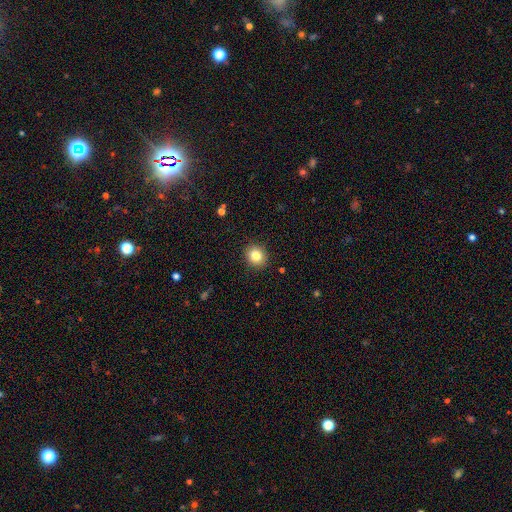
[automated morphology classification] Smooth or featured?
  - smooth: 83% *
  - star or artifact: 10%
  - featured or disk: 7%
How rounded?
  - round: 81% *
  - in between: 18%
  - cigar-shaped: 1%
Merging?
  - none: 91% *
  - minor disturbance: 6%
  - major disturbance: 2%
  - merger: 1%